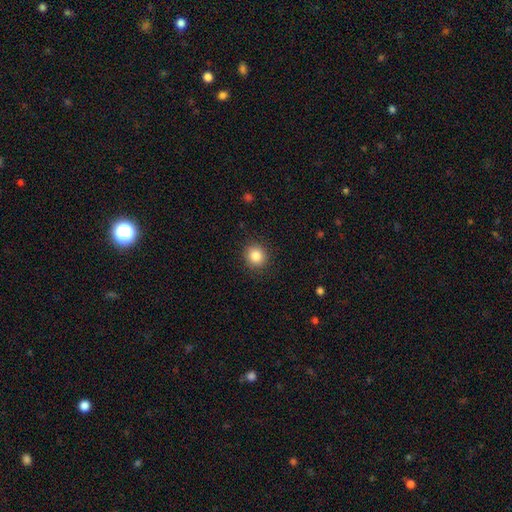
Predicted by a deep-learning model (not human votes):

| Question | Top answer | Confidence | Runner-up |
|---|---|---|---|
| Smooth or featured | smooth | 85% | star or artifact (10%) |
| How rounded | round | 88% | in between (11%) |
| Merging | none | 90% | minor disturbance (7%) |